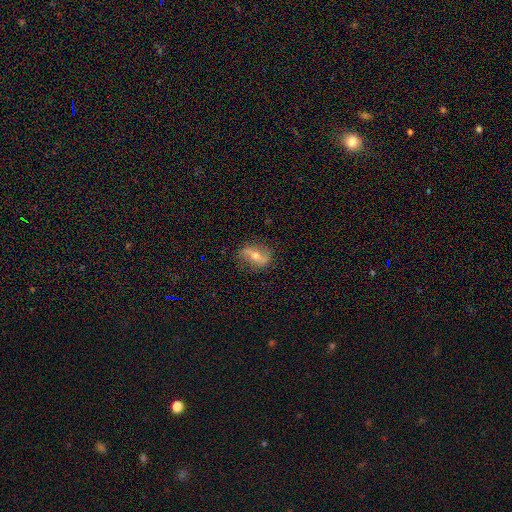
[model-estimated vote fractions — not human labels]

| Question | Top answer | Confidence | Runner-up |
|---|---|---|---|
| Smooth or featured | featured or disk | 63% | smooth (28%) |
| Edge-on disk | no | 79% | yes (21%) |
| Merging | none | 80% | minor disturbance (14%) |